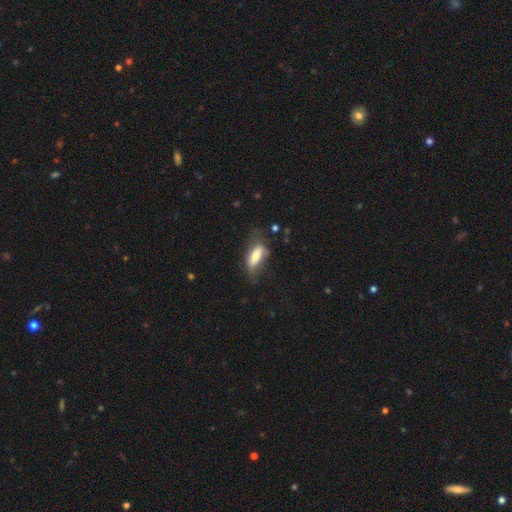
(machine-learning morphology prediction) Overall: smooth (66%). How rounded: in between (75%). Merging: none (49%; minor disturbance 29%).